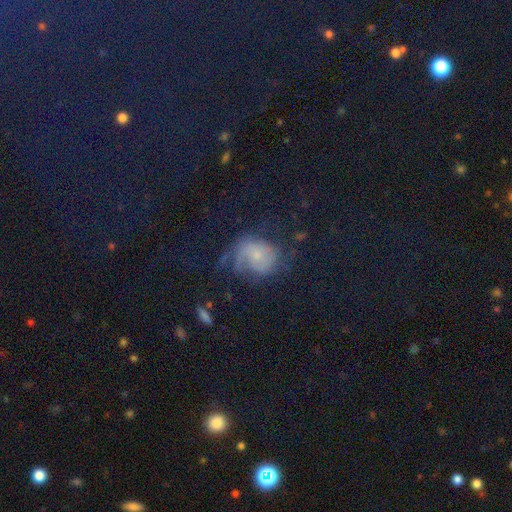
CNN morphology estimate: A featured or disk galaxy (44%). Merging: none (45%).